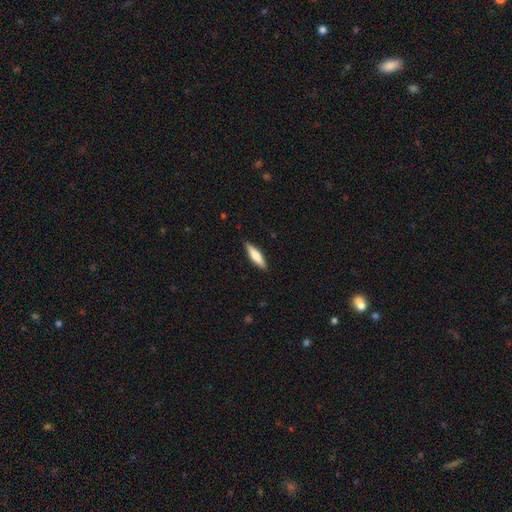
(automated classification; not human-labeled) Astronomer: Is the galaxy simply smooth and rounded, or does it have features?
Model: smooth — 66%.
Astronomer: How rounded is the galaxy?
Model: cigar-shaped — 72%.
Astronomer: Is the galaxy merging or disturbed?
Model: none — 89%.